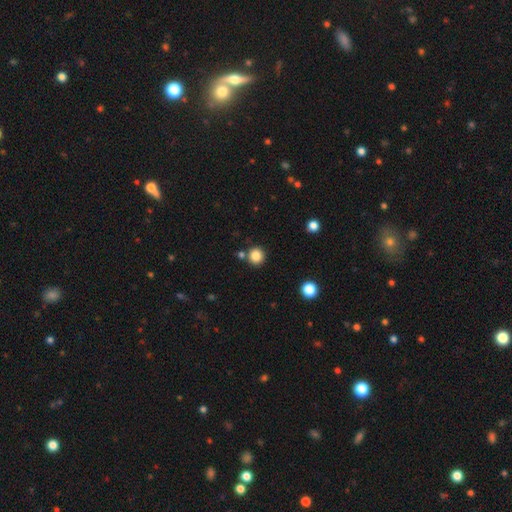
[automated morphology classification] Q: Smooth or featured?
A: smooth (84%); runner-up: star or artifact (12%)
Q: How rounded?
A: round (93%); runner-up: in between (6%)
Q: Merging?
A: none (82%); runner-up: merger (9%)